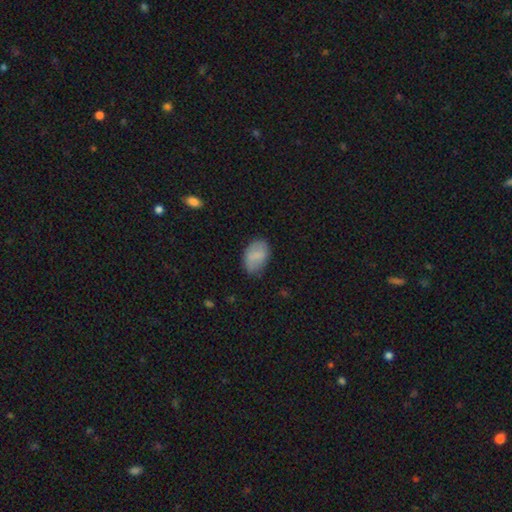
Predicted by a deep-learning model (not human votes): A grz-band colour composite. It shows a smooth galaxy with no disk features (73%) that is in between round and cigar-shaped (87%). Merging: none (75%).